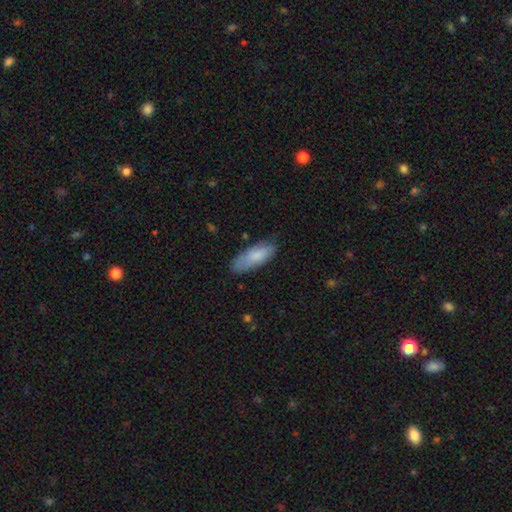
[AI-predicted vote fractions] This appears to be a smooth galaxy with no disk features (82%) that is in between round and cigar-shaped (69%). Merging: none (73%).